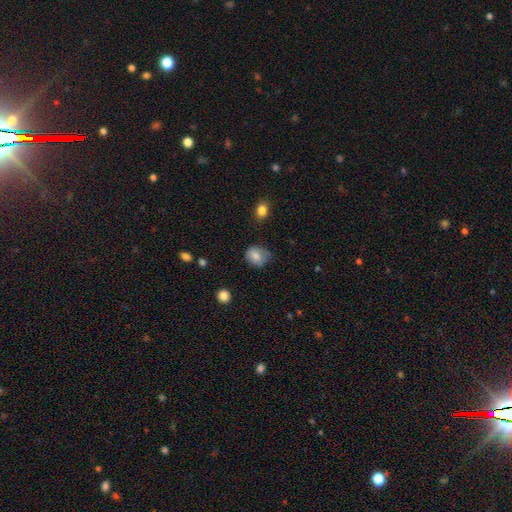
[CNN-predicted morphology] Smooth or featured: smooth — 80% (featured or disk — 11%)
How rounded: round — 59% (in between — 40%)
Merging: none — 59% (minor disturbance — 31%)